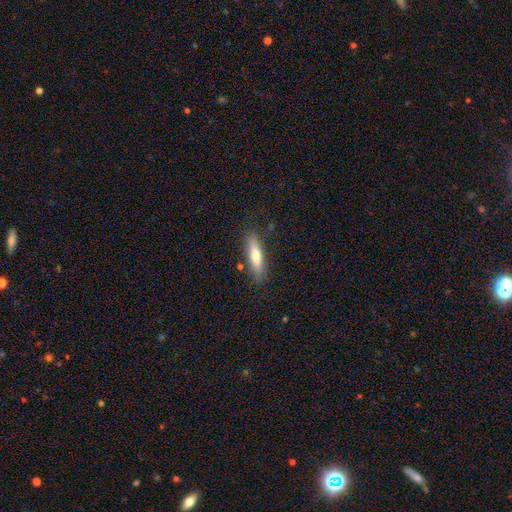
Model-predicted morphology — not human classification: Smooth or featured? Predicted: smooth (p=0.67). How rounded? Predicted: cigar-shaped (p=0.67). Merging? Predicted: none (p=0.80).